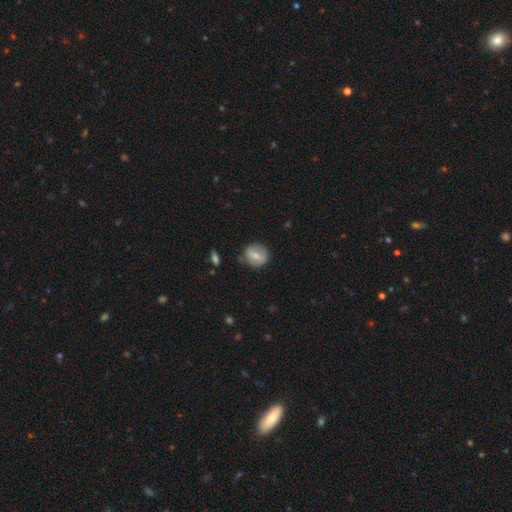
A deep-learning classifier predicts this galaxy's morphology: Smooth or featured: smooth — 62% (featured or disk — 31%)
How rounded: round — 80% (in between — 19%)
Merging: none — 76% (minor disturbance — 17%)